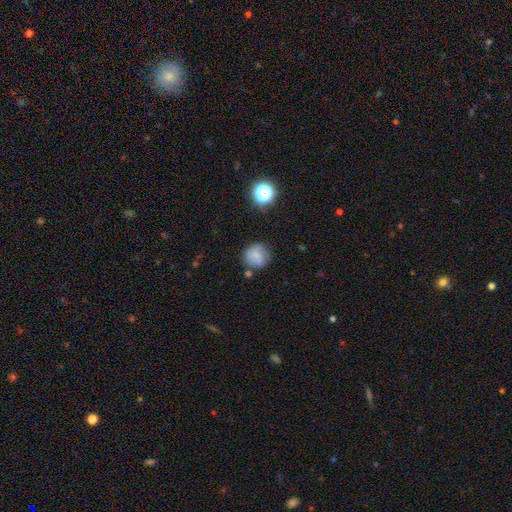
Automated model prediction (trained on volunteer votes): Morphology: type=smooth (71%); roundness=round (88%); merging=none (67%).